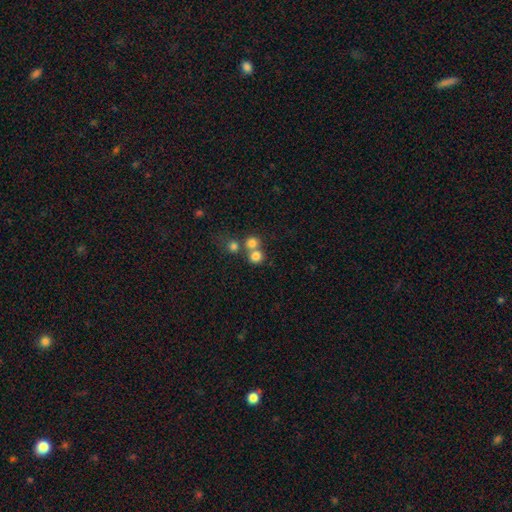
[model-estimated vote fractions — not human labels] Q: Smooth or featured?
A: smooth (77%); runner-up: star or artifact (14%)
Q: How rounded?
A: round (89%); runner-up: in between (10%)
Q: Merging?
A: none (51%); runner-up: merger (40%)